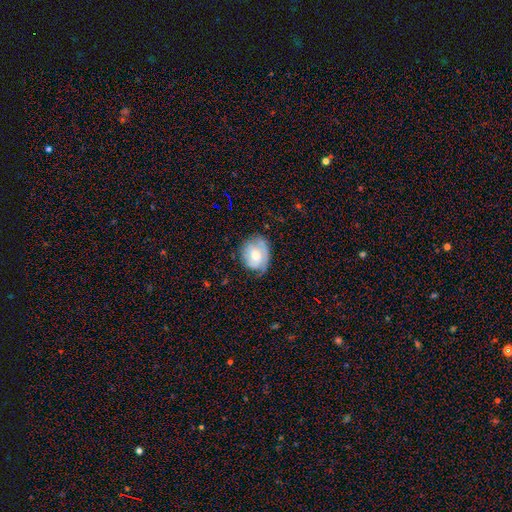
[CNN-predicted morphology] Smooth or featured: featured or disk — 62% (smooth — 31%)
Edge-on disk: no — 96% (yes — 4%)
Bar: no — 71% (weak — 25%)
Spiral arms: yes — 81% (no — 19%)
Bulge size: moderate — 61% (small — 23%)
Merging: none — 60% (minor disturbance — 28%)